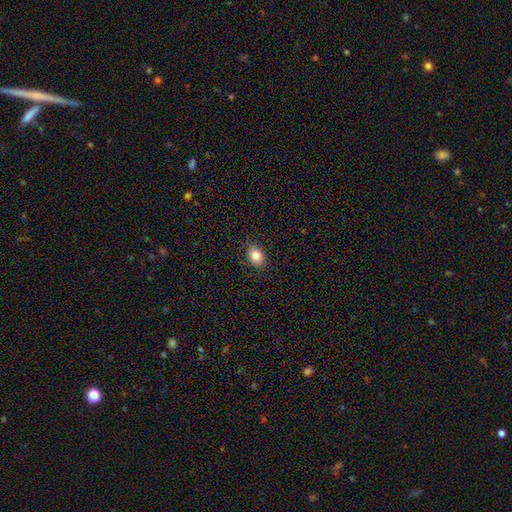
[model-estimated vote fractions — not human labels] smooth 84%, star or artifact 9%, featured or disk 7%. Down the decision tree: how rounded — in between (69%); merging — none (89%).